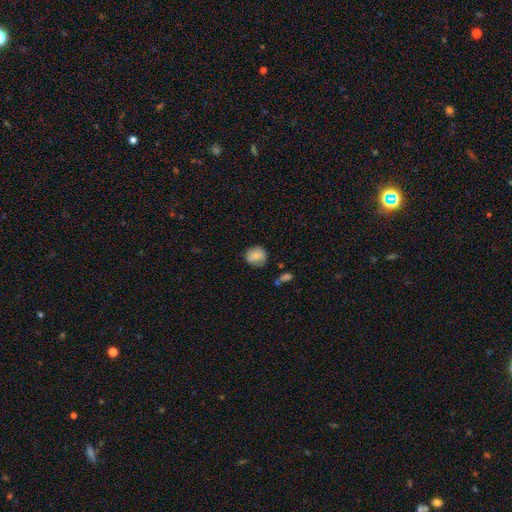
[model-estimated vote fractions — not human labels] Smooth or featured: smooth — 78% (featured or disk — 13%)
How rounded: round — 78% (in between — 21%)
Merging: none — 68% (minor disturbance — 24%)